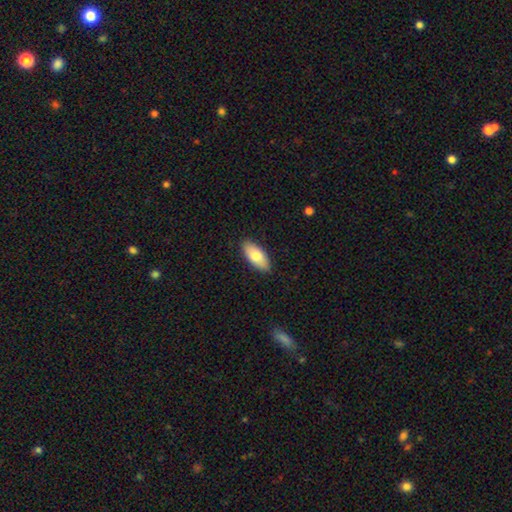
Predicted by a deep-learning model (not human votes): A smooth galaxy with no disk features (78%) that is in between round and cigar-shaped (88%).

Vote fractions:
- Smooth or featured? smooth: 78% / featured or disk: 16% / star or artifact: 6%
- How rounded? in between: 88% / cigar-shaped: 10% / round: 2%
- Merging? none: 88% / minor disturbance: 9% / major disturbance: 2% / merger: 1%